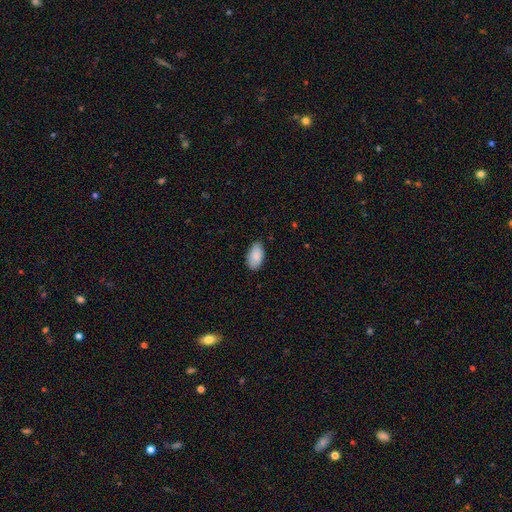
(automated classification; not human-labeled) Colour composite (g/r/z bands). It shows a smooth galaxy with no disk features (88%) that is in between round and cigar-shaped (95%). Merging: none (81%).